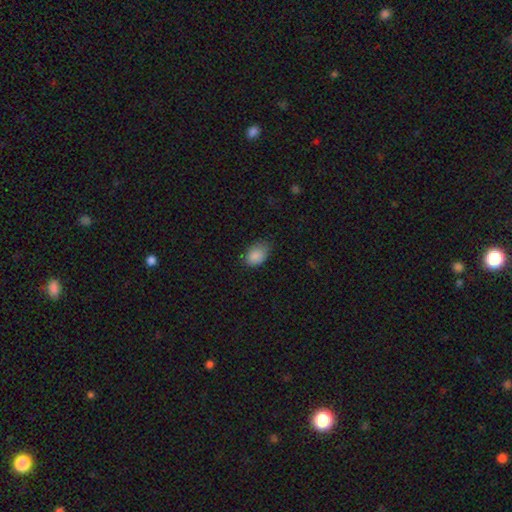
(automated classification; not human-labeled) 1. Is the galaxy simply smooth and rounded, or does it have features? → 88% smooth, 8% star or artifact, 4% featured or disk.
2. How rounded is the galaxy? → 82% in between, 16% round, 1% cigar-shaped.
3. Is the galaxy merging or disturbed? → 65% none, 28% minor disturbance, 5% major disturbance, 1% merger.